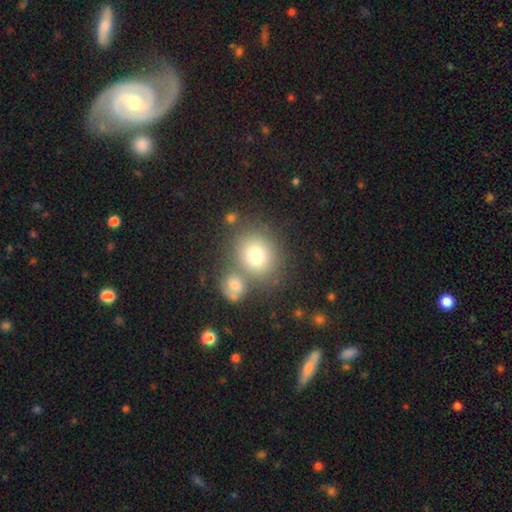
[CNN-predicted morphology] This is likely a smooth galaxy (76%). How rounded: likely round (76%). Merging: likely none (60%).